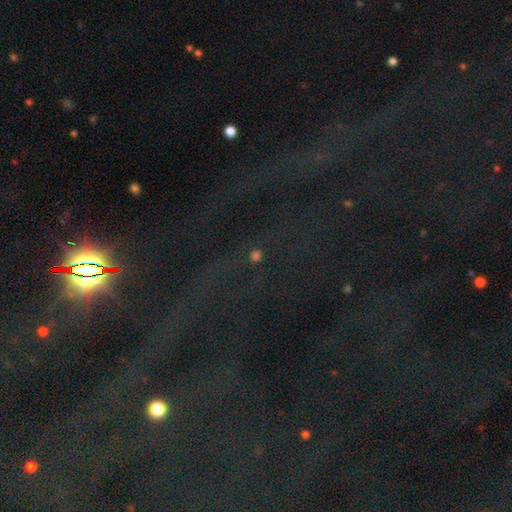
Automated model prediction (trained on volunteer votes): star or artifact 59%, smooth 31%, featured or disk 10%.